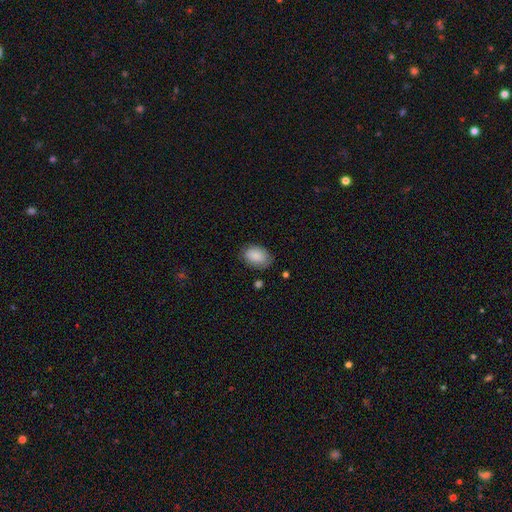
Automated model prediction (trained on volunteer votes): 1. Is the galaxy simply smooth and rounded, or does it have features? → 86% smooth, 7% featured or disk, 7% star or artifact.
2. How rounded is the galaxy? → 88% in between, 11% round, 1% cigar-shaped.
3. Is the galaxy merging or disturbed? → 77% none, 17% minor disturbance, 4% major disturbance, 2% merger.